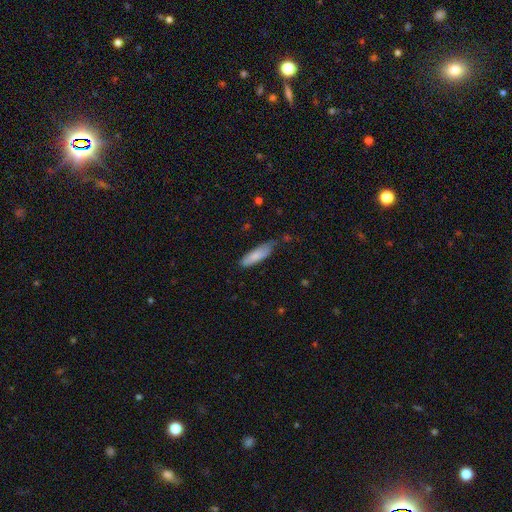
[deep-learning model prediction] Smooth or featured? smooth (82%)
How rounded? cigar-shaped (54%)
Merging? none (60%)